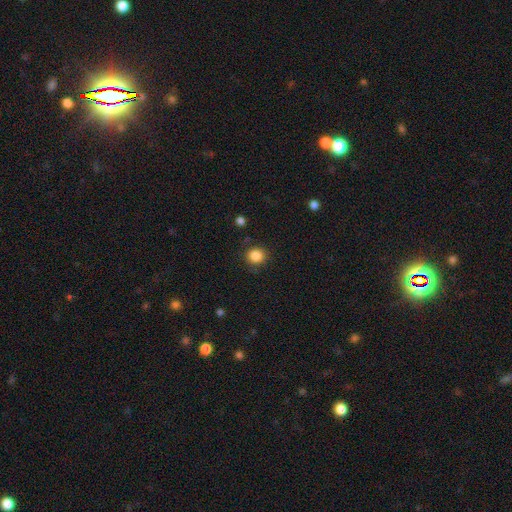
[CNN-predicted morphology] The model was most divided on "how rounded": round: 87%, in between: 12%, cigar-shaped: 1%. More confident: smooth or featured — smooth (86%); merging — none (85%).